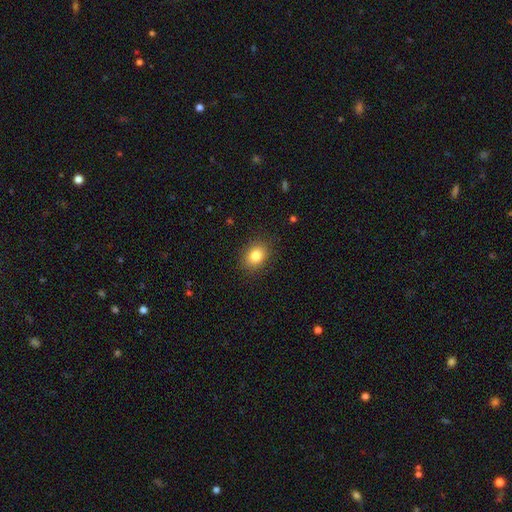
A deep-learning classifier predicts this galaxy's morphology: Smooth or featured?
  - smooth: 84% *
  - star or artifact: 10%
  - featured or disk: 7%
How rounded?
  - in between: 62% *
  - round: 37%
  - cigar-shaped: 1%
Merging?
  - none: 87% *
  - minor disturbance: 9%
  - major disturbance: 3%
  - merger: 1%